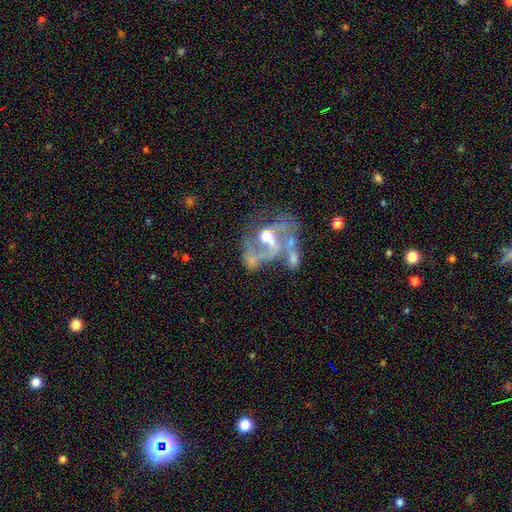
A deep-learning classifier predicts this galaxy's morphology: Smooth or featured?
  - featured or disk: 75% *
  - smooth: 13%
  - star or artifact: 12%
Edge-on disk?
  - no: 98% *
  - yes: 2%
Bar?
  - no: 63% *
  - weak: 27%
  - strong: 10%
Spiral arms?
  - yes: 70% *
  - no: 30%
Spiral winding?
  - loose: 45% *
  - medium: 40%
  - tight: 15%
Spiral arm count?
  - 2: 52% *
  - can't tell: 18%
  - 1: 13%
  - 3: 11%
  - 4: 4%
  - more than 4: 3%
Bulge size?
  - moderate: 58% *
  - small: 22%
  - none: 10%
  - large: 8%
  - dominant: 2%
Merging?
  - merger: 33% *
  - major disturbance: 30%
  - none: 24%
  - minor disturbance: 13%